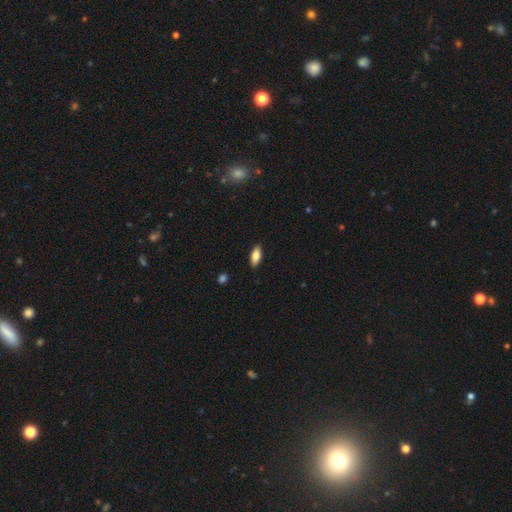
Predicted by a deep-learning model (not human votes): Smooth or featured: smooth — 80% (featured or disk — 13%)
How rounded: in between — 84% (cigar-shaped — 14%)
Merging: none — 88% (minor disturbance — 9%)